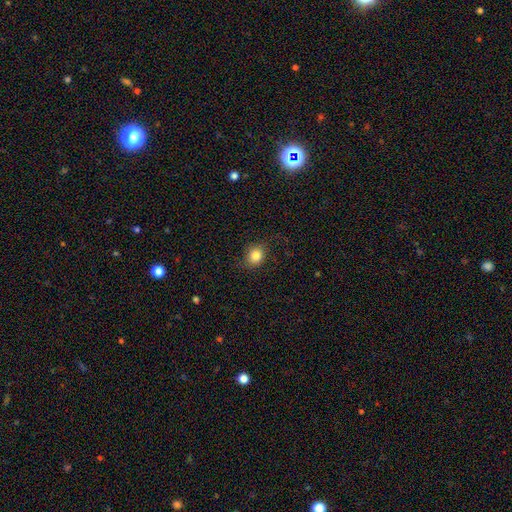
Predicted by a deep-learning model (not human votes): Morphology: type=smooth (83%); roundness=round (64%); merging=none (81%).